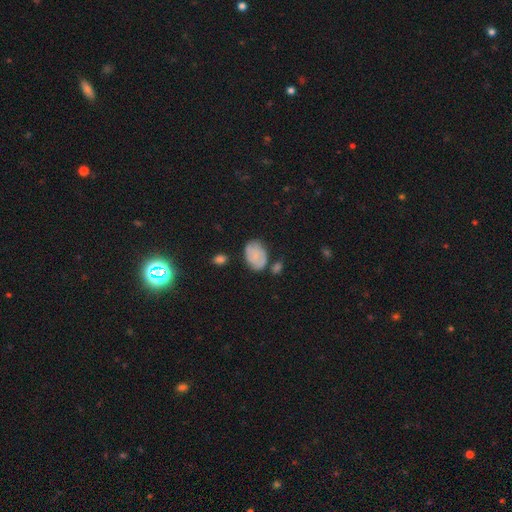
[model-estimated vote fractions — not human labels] Q: Smooth or featured?
A: smooth (66%); runner-up: featured or disk (25%)
Q: How rounded?
A: in between (80%); runner-up: round (19%)
Q: Merging?
A: none (56%); runner-up: minor disturbance (26%)